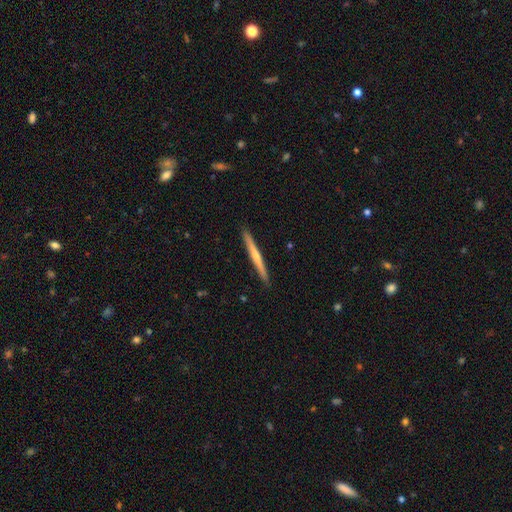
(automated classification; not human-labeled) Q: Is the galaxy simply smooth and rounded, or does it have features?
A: featured or disk — 57%.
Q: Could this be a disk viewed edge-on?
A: yes — 98%.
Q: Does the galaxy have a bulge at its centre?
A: rounded — 56%.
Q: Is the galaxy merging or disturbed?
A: none — 92%.